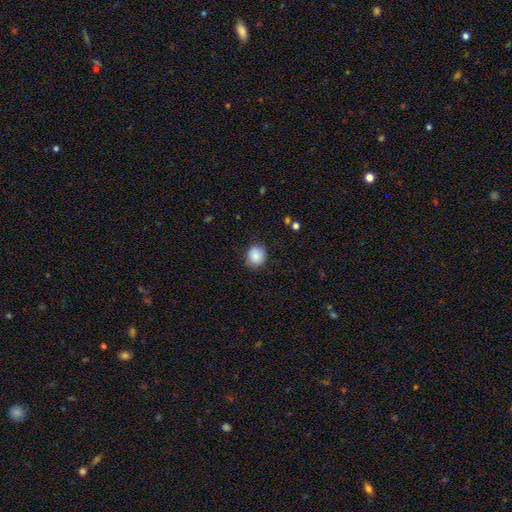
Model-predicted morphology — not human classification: Smooth or featured? smooth (87%)
How rounded? round (80%)
Merging? none (83%)